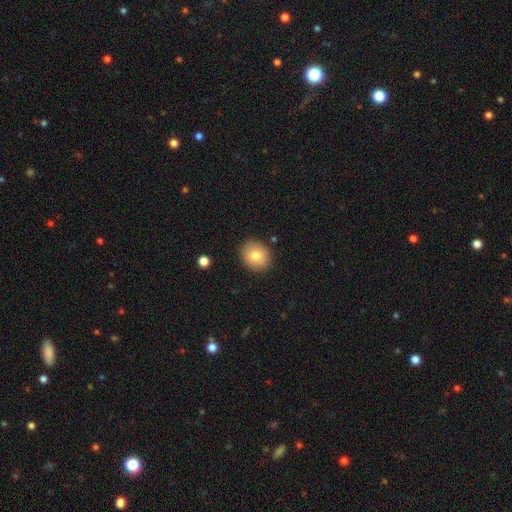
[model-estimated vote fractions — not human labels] The model was most divided on "how rounded": round: 65%, in between: 34%, cigar-shaped: 1%. More confident: merging — none (86%); smooth or featured — smooth (81%).